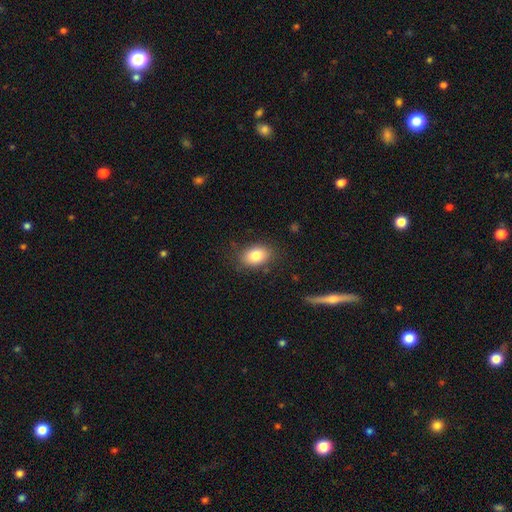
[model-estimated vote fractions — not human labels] Overall: smooth (82%). How rounded: in between (82%). Merging: none (82%).